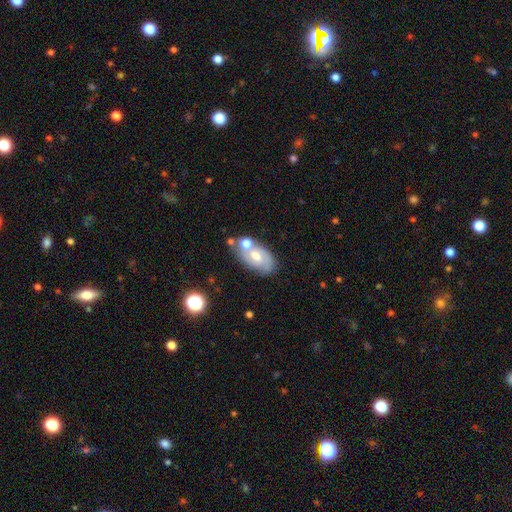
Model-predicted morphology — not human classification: featured or disk 50%, smooth 41%, star or artifact 9%. Down the decision tree: edge-on disk — no (91%); merging — none (52%).